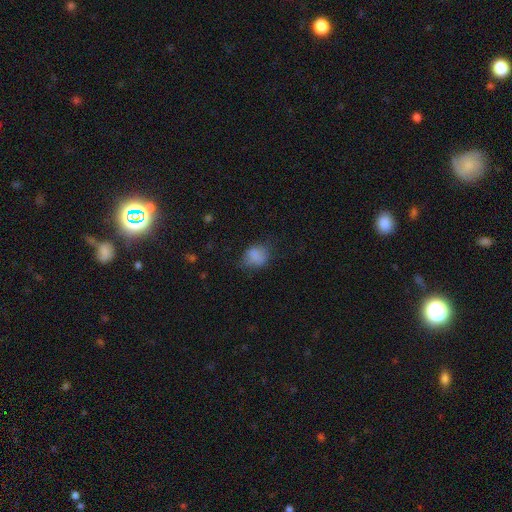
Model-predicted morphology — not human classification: A smooth galaxy with no disk features (79%) that is in between round and cigar-shaped (55%). Merging: none (58%).